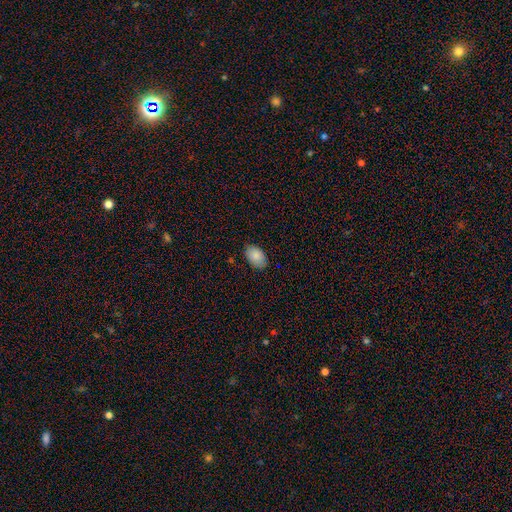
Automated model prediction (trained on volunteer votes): Smooth or featured? Predicted: smooth (p=0.87). How rounded? Predicted: in between (p=0.89). Merging? Predicted: none (p=0.85).